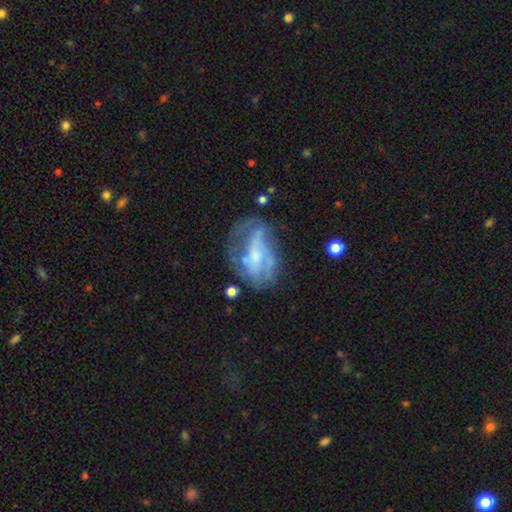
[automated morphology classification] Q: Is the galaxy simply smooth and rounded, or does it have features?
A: featured or disk — 69%.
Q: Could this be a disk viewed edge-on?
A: no — 95%.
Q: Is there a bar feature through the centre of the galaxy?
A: no — 53%.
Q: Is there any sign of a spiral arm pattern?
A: yes — 66%.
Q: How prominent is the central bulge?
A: small — 46%.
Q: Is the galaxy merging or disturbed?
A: none — 43%.